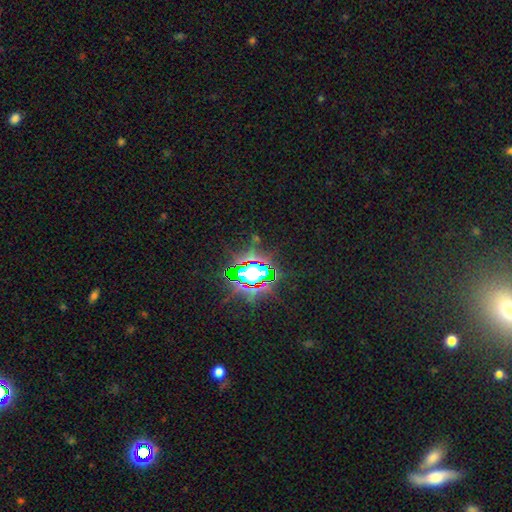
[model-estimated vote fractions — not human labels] A star or artifact, not a galaxy (82%).

Vote fractions:
- Smooth or featured? star or artifact: 82% / smooth: 10% / featured or disk: 7%